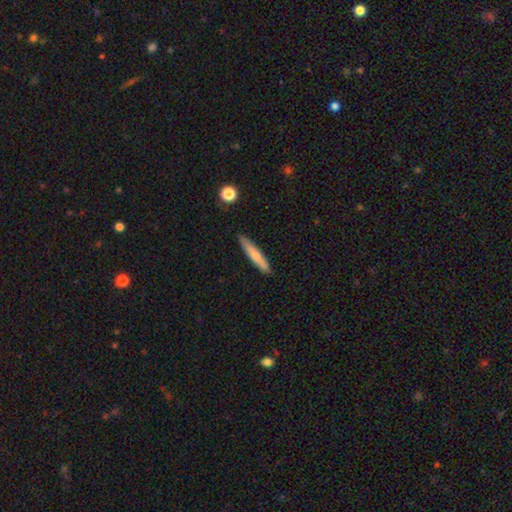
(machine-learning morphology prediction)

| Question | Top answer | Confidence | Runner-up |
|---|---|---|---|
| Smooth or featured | smooth | 70% | featured or disk (24%) |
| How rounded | cigar-shaped | 90% | in between (9%) |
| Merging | none | 88% | minor disturbance (9%) |